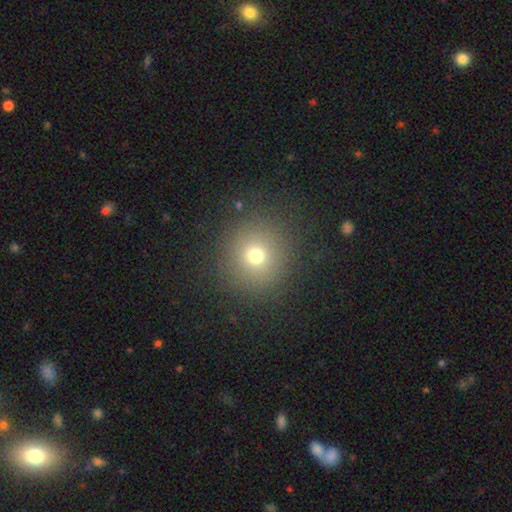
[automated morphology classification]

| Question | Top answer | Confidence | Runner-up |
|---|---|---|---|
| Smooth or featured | smooth | 70% | star or artifact (20%) |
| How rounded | round | 91% | in between (8%) |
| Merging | none | 87% | minor disturbance (7%) |